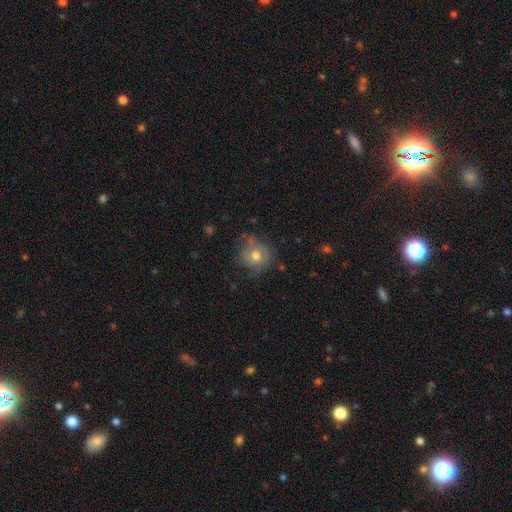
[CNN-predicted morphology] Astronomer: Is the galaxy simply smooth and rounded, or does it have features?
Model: smooth — 62%.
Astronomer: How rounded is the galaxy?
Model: round — 84%.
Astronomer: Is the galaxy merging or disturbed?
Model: none — 61%.